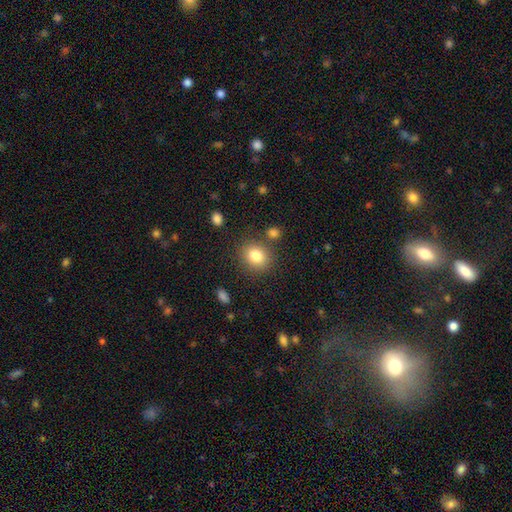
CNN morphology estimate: Overall: smooth (82%). How rounded: round (71%). Merging: none (81%).